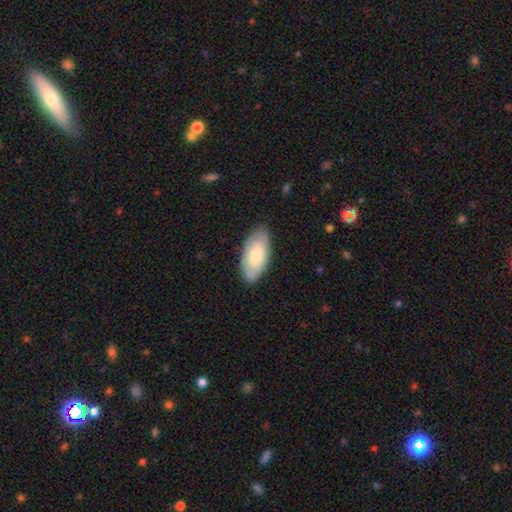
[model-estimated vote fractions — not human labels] smooth-or-featured: smooth: 72% | featured or disk: 22% | star or artifact: 5%
  how-rounded: in between: 94% | cigar-shaped: 4% | round: 2%
  merging: none: 82% | minor disturbance: 15% | major disturbance: 3% | merger: 1%